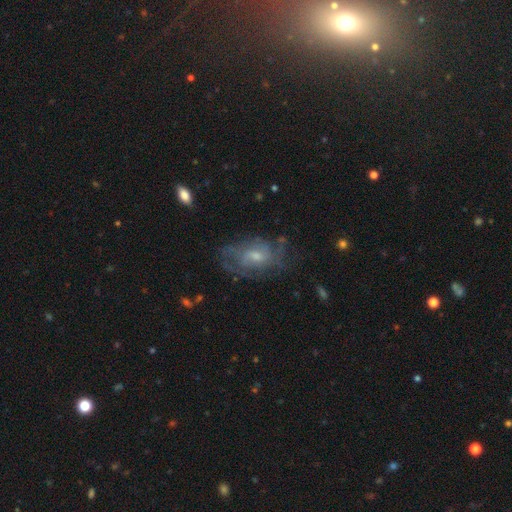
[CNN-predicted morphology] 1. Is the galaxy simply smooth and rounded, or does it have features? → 68% featured or disk, 23% smooth, 9% star or artifact.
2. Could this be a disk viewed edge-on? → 95% no, 5% yes.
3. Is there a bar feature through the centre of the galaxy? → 57% no, 38% weak, 5% strong.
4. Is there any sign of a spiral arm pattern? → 77% yes, 23% no.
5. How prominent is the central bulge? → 45% moderate (tied), 45% small (tied), 5% none, 4% large, 1% dominant.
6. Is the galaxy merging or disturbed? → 61% none, 22% minor disturbance, 15% major disturbance, 2% merger.